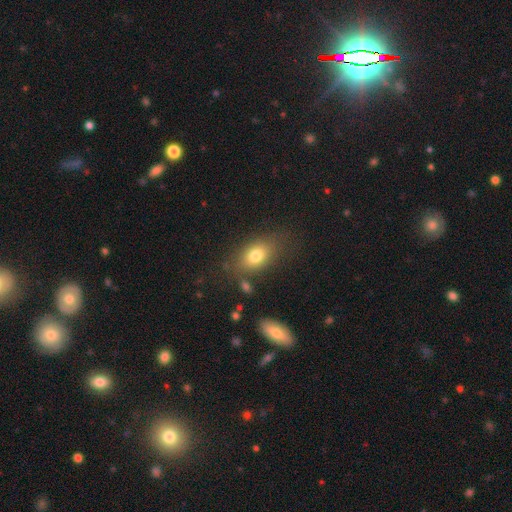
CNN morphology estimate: This is likely a smooth galaxy (76%). How rounded: likely in between (79%). Merging: likely none (72%).